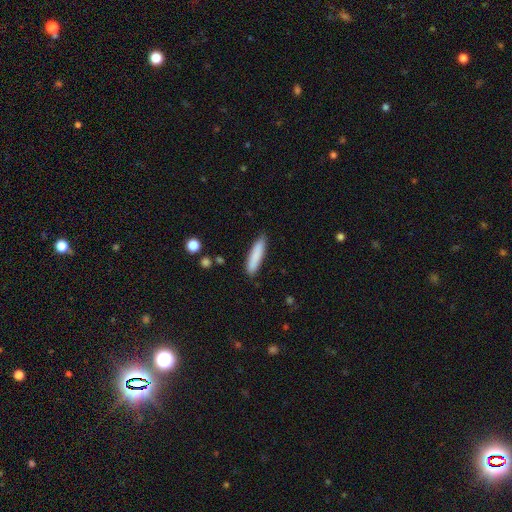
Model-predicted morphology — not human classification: Smooth or featured? Predicted: smooth (p=0.85). How rounded? Predicted: cigar-shaped (p=0.82). Merging? Predicted: none (p=0.87).